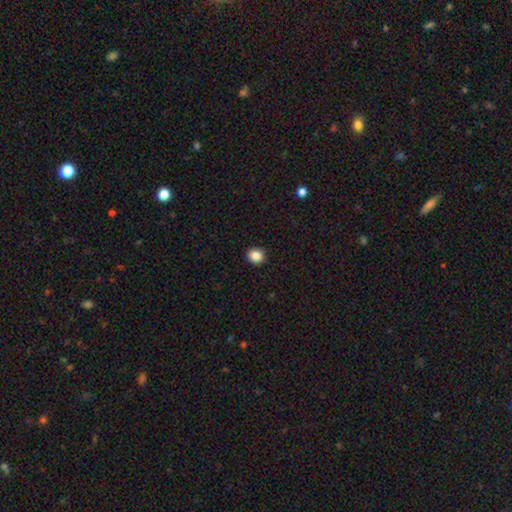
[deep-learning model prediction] Q: Smooth or featured?
A: smooth (86%); runner-up: star or artifact (10%)
Q: How rounded?
A: round (87%); runner-up: in between (12%)
Q: Merging?
A: none (93%); runner-up: minor disturbance (5%)